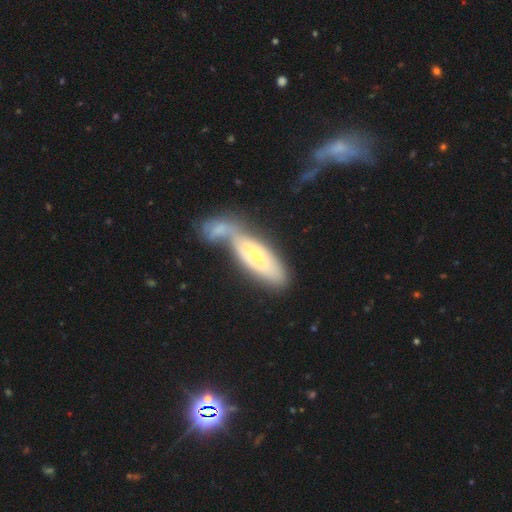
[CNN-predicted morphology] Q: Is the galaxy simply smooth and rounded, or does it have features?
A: featured or disk — 48%.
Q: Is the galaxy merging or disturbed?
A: merger — 53%.